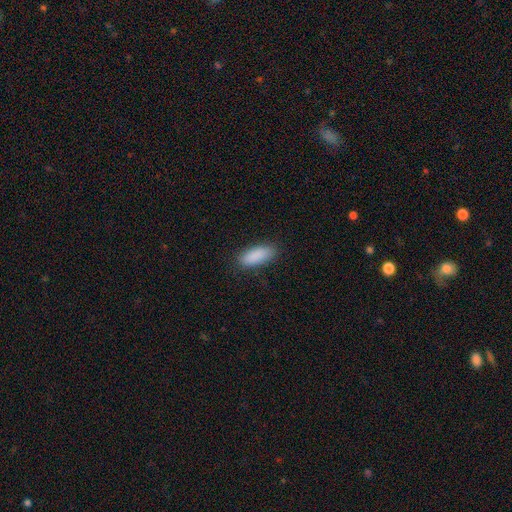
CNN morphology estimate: This appears to be a smooth galaxy with no disk features (90%) that is in between round and cigar-shaped (78%). Merging: none (85%).